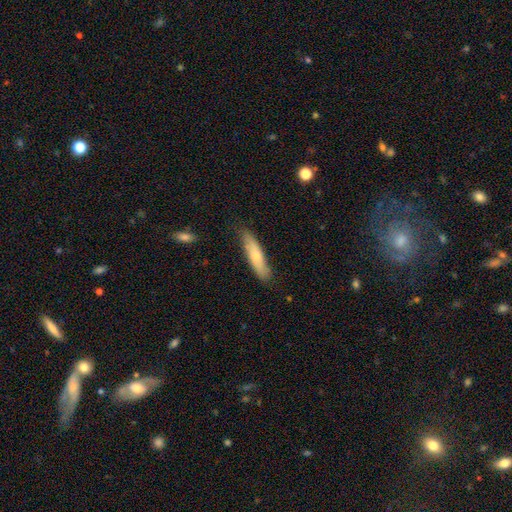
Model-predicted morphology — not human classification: Smooth or featured? smooth (65%)
How rounded? cigar-shaped (74%)
Merging? none (79%)